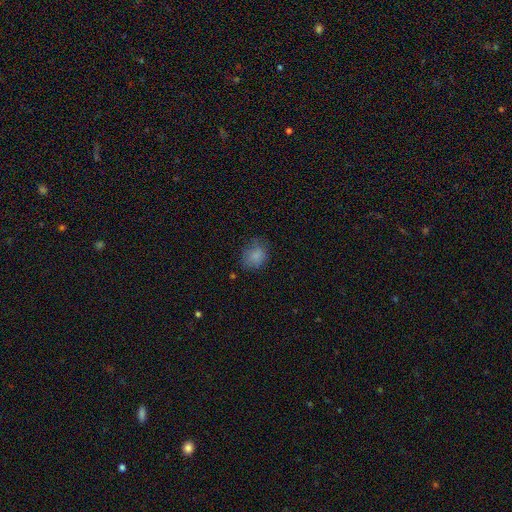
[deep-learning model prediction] smooth-or-featured: smooth: 81% | star or artifact: 11% | featured or disk: 8%
  how-rounded: round: 55% | in between: 44% | cigar-shaped: 1%
  merging: none: 61% | minor disturbance: 27% | major disturbance: 10% | merger: 2%